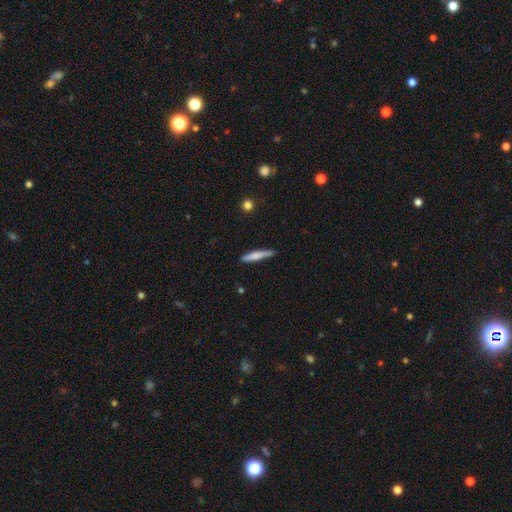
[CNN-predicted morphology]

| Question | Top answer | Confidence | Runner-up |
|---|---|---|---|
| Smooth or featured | smooth | 66% | featured or disk (29%) |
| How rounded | cigar-shaped | 91% | in between (7%) |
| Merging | none | 84% | minor disturbance (12%) |